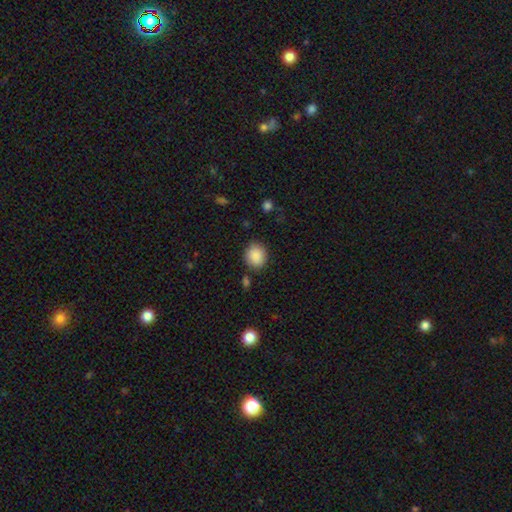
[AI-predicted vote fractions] Morphology: type=smooth (88%); roundness=round (75%); merging=none (84%).